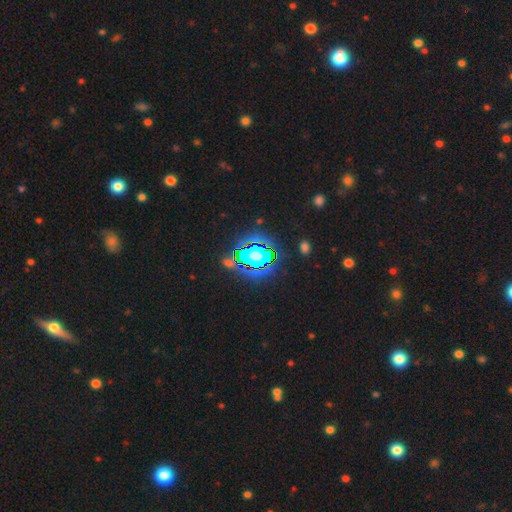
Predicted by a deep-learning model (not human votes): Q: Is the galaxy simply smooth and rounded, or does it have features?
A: star or artifact — 56%.